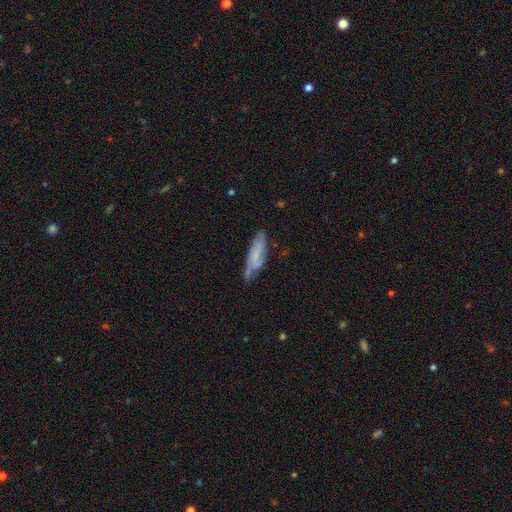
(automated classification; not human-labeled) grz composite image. It shows a smooth galaxy with no disk features (50%) that is cigar-shaped (62%). Merging: none (51%).